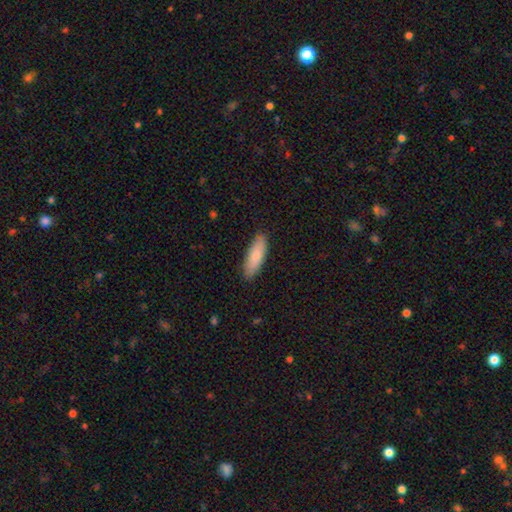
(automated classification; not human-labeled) A smooth galaxy with no disk features (82%) that is in between round and cigar-shaped (50%).

Vote fractions:
- Smooth or featured? smooth: 82% / featured or disk: 13% / star or artifact: 6%
- How rounded? in between: 50% / cigar-shaped: 48% / round: 2%
- Merging? none: 89% / minor disturbance: 8% / major disturbance: 2% / merger: 1%